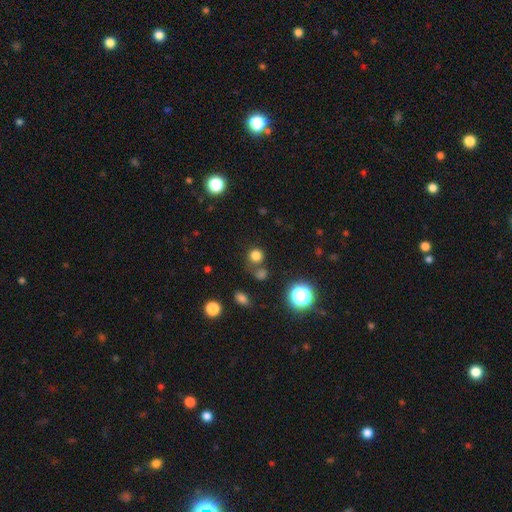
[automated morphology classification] smooth_or_featured: smooth (p=0.75) [alt: star or artifact p=0.20]
how_rounded: round (p=0.91) [alt: in between p=0.08]
merging: none (p=0.73) [alt: merger p=0.13]